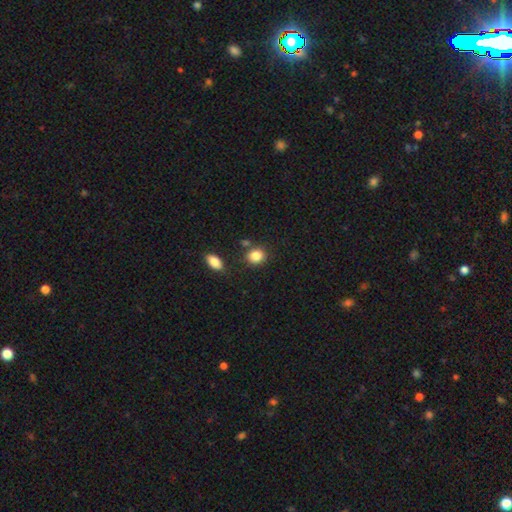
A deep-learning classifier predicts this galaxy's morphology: This is clearly a smooth galaxy (85%). How rounded: likely round (69%). Merging: likely none (77%).